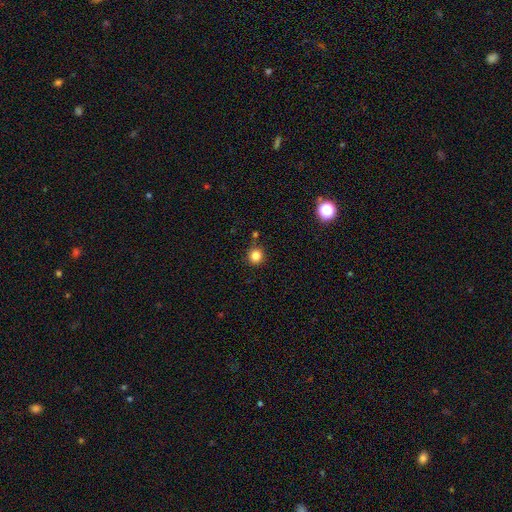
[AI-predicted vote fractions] A smooth galaxy with no disk features (83%) that is round (92%).

Vote fractions:
- Smooth or featured? smooth: 83% / star or artifact: 12% / featured or disk: 5%
- How rounded? round: 92% / in between: 7% / cigar-shaped: 1%
- Merging? none: 83% / minor disturbance: 9% / merger: 5% / major disturbance: 3%